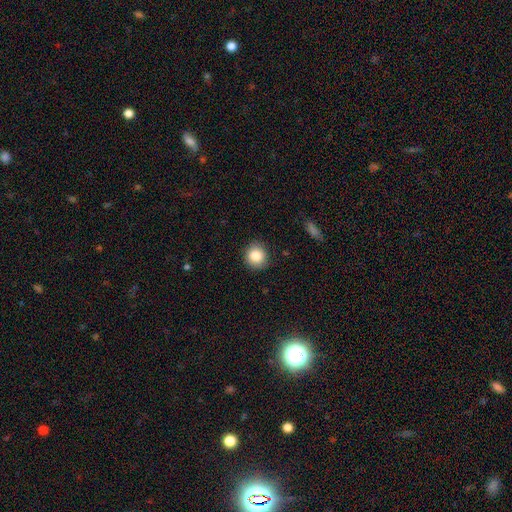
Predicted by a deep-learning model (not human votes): smooth 86%, star or artifact 9%, featured or disk 6%. Down the decision tree: how rounded — round (88%); merging — none (86%).